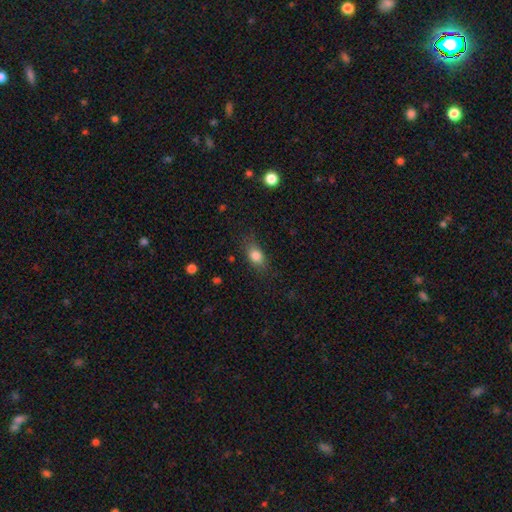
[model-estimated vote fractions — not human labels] Q: Smooth or featured?
A: smooth (82%); runner-up: star or artifact (9%)
Q: How rounded?
A: in between (73%); runner-up: round (21%)
Q: Merging?
A: none (72%); runner-up: minor disturbance (19%)